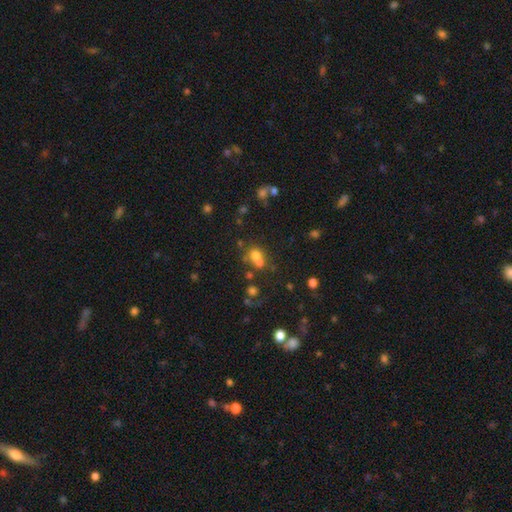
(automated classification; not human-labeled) Smooth or featured? Predicted: smooth (p=0.64). How rounded? Predicted: round (p=0.71). Merging? Predicted: merger (p=0.47).